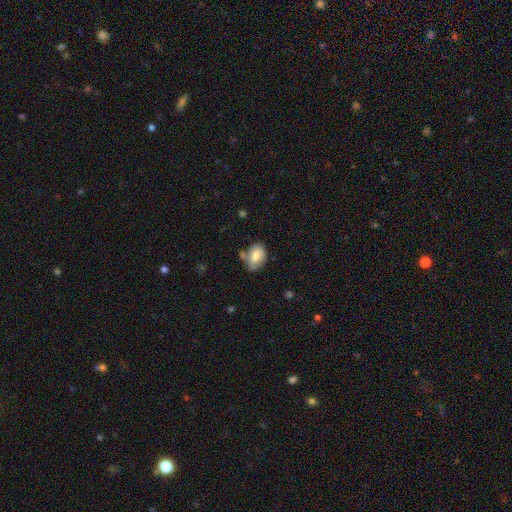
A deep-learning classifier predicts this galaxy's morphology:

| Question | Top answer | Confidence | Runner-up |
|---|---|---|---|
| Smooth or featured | smooth | 75% | featured or disk (18%) |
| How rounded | in between | 78% | round (21%) |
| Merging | none | 60% | minor disturbance (23%) |